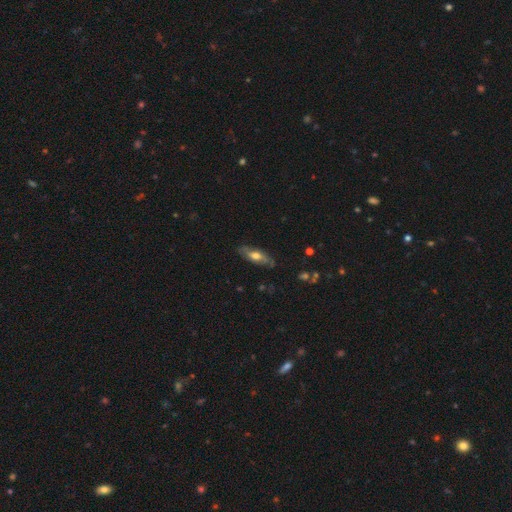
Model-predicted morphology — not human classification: The model was most divided on "smooth or featured": smooth: 49%, featured or disk: 45%, star or artifact: 6%. More confident: merging — none (79%).